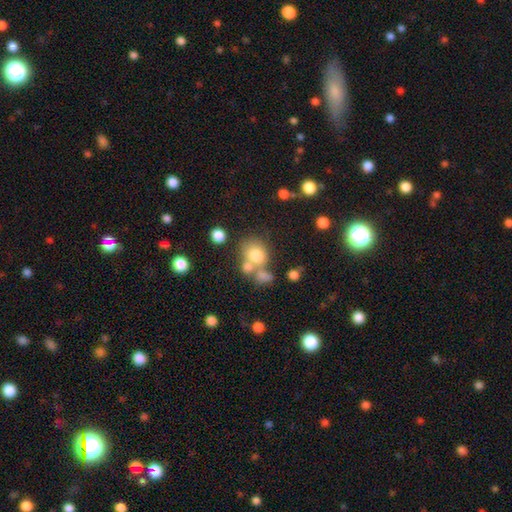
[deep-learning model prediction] smooth-or-featured: smooth: 73% | featured or disk: 14% | star or artifact: 13%
  how-rounded: round: 70% | in between: 29% | cigar-shaped: 1%
  merging: none: 45% | merger: 36% | minor disturbance: 12% | major disturbance: 7%